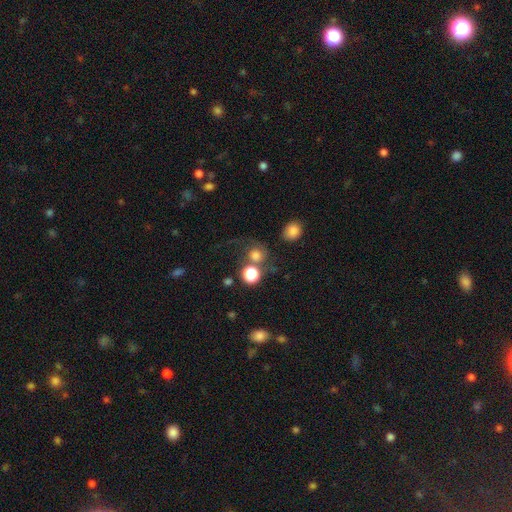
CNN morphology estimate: This is likely a smooth galaxy (74%). How rounded: clearly round (87%). Merging: possibly none (55%).